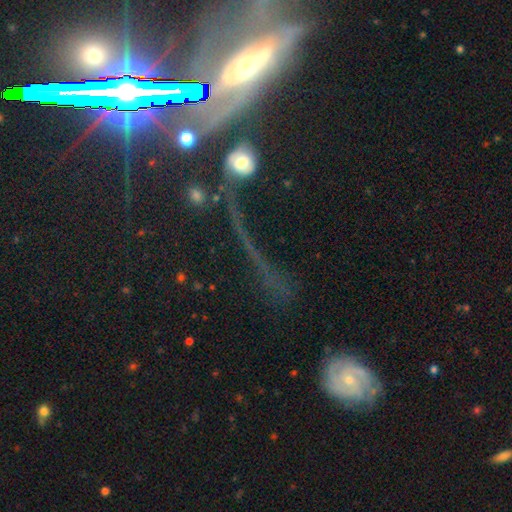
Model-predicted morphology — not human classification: smooth-or-featured: star or artifact: 43% | featured or disk: 38% | smooth: 20%